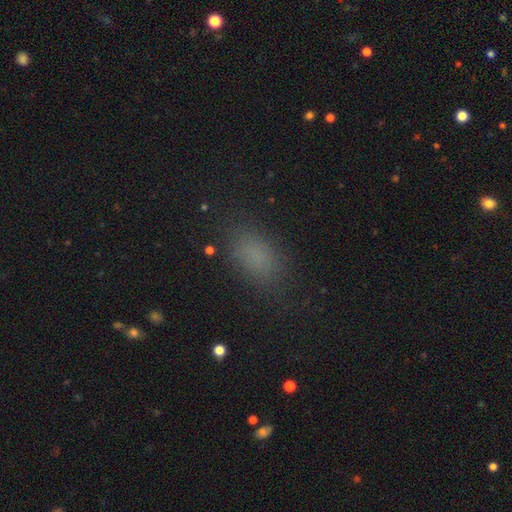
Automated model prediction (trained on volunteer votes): A smooth galaxy with no disk features (78%) that is in between round and cigar-shaped (86%).

Vote fractions:
- Smooth or featured? smooth: 78% / star or artifact: 16% / featured or disk: 6%
- How rounded? in between: 86% / round: 11% / cigar-shaped: 4%
- Merging? none: 80% / minor disturbance: 13% / major disturbance: 5% / merger: 1%